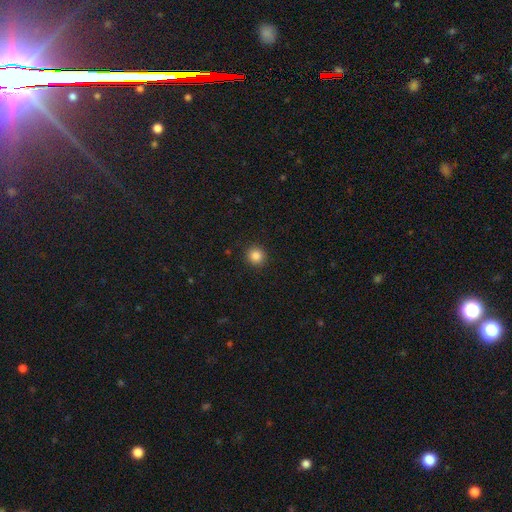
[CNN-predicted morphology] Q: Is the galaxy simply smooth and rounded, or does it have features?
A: smooth — 85%.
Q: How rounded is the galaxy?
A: round — 94%.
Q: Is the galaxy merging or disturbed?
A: none — 92%.